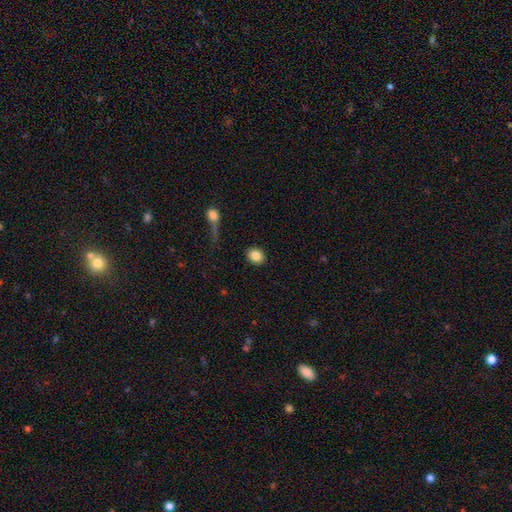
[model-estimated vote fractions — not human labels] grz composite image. It shows a smooth galaxy with no disk features (84%) that is round (64%). Merging: none (89%).